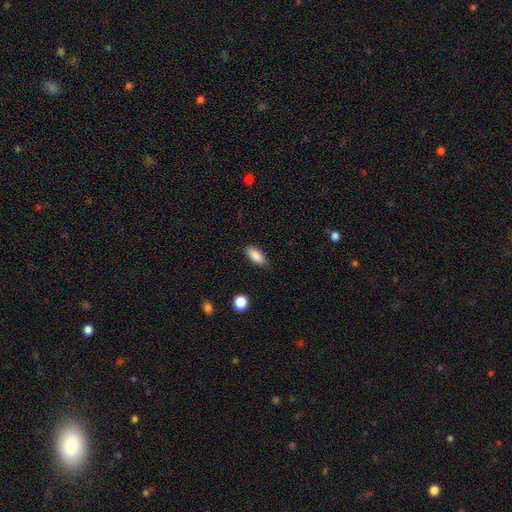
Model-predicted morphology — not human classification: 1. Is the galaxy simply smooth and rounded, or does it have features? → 88% smooth, 7% star or artifact, 5% featured or disk.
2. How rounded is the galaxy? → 87% in between, 10% cigar-shaped, 3% round.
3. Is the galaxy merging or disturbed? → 84% none, 12% minor disturbance, 3% major disturbance, 1% merger.